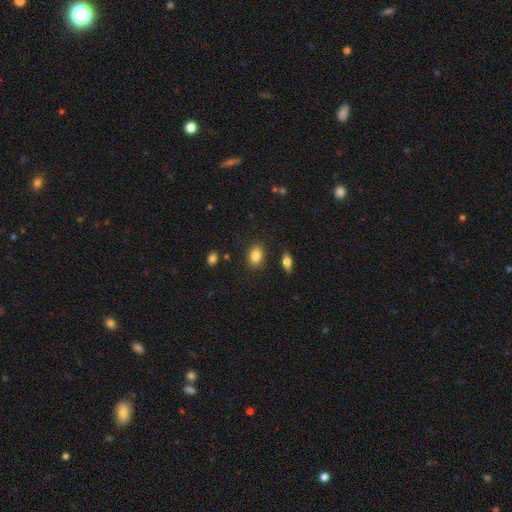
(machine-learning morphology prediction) A smooth galaxy with no disk features (85%) that is in between round and cigar-shaped (76%).

Vote fractions:
- Smooth or featured? smooth: 85% / star or artifact: 9% / featured or disk: 7%
- How rounded? in between: 76% / round: 22% / cigar-shaped: 1%
- Merging? none: 84% / minor disturbance: 10% / merger: 3% / major disturbance: 3%